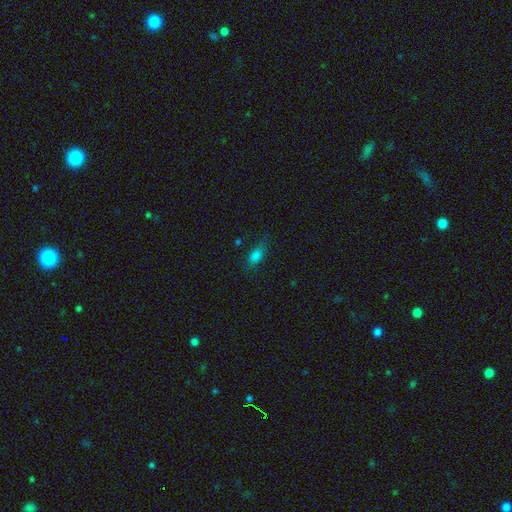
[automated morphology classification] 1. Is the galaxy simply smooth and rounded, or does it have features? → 78% smooth, 13% star or artifact, 9% featured or disk.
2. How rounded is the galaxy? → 80% in between, 14% cigar-shaped, 7% round.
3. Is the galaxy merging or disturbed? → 72% none, 21% minor disturbance, 6% major disturbance, 2% merger.